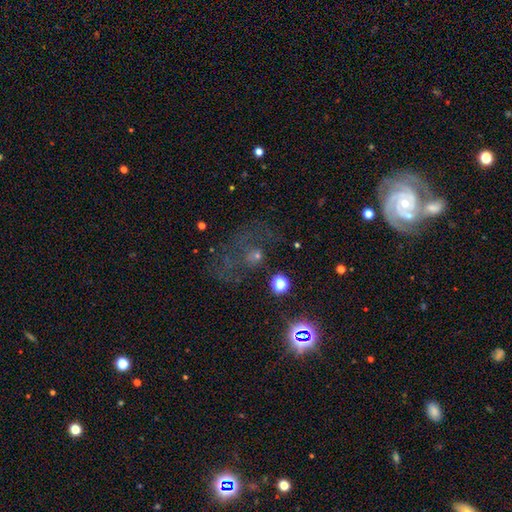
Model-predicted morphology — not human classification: Smooth or featured?
  - star or artifact: 39% *
  - smooth: 31%
  - featured or disk: 30%